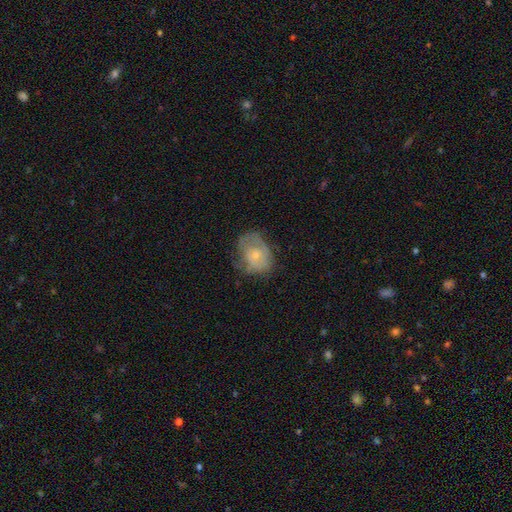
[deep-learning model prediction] This appears to be a featured or disk galaxy (52%) with no bar (83%), spiral arms (54%) and a small central bulge (58%). Merging: none (49%).